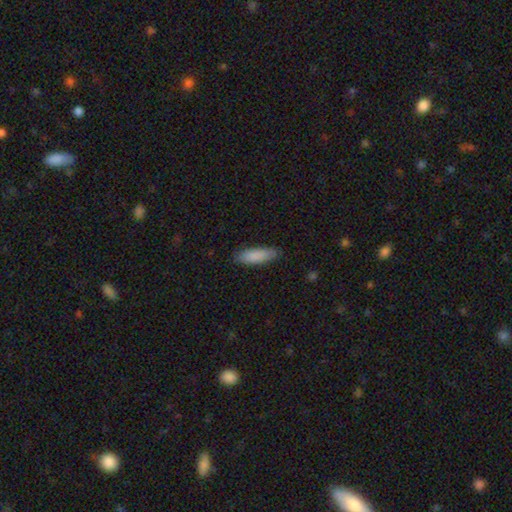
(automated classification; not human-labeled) The model was most divided on "how rounded": cigar-shaped: 51%, in between: 47%, round: 1%. More confident: smooth or featured — smooth (88%); merging — none (85%).